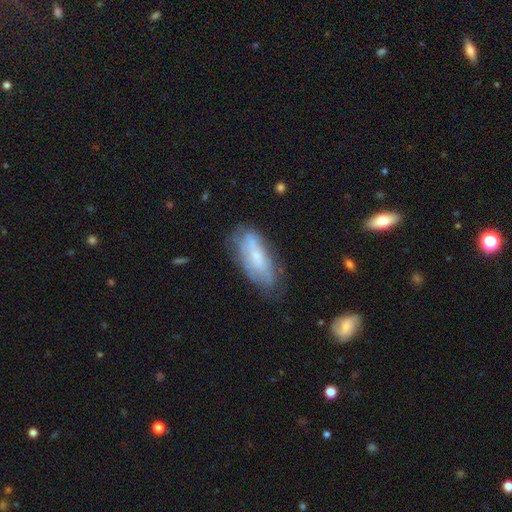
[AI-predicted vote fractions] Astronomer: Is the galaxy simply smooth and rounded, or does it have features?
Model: smooth — 49% (runner-up: featured or disk, 43%).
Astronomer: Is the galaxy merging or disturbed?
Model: none — 63%.